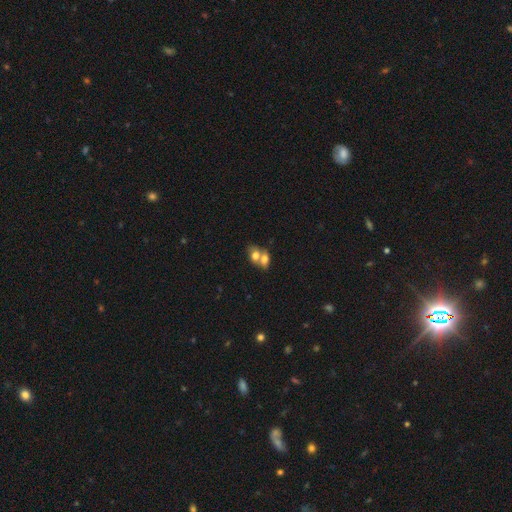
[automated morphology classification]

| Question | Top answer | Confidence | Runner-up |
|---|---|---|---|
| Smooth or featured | smooth | 71% | featured or disk (20%) |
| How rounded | in between | 68% | round (30%) |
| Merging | merger | 70% | none (20%) |